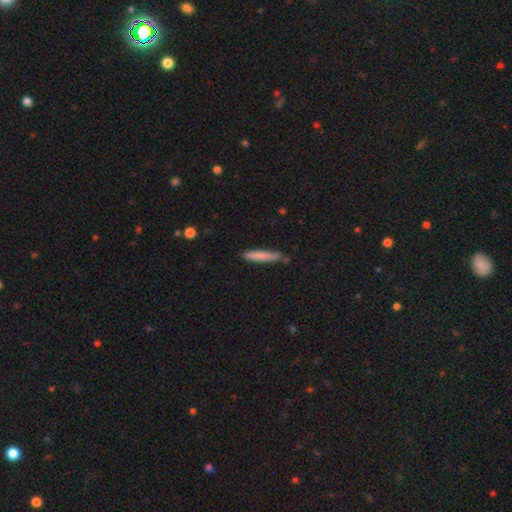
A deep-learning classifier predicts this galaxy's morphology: type=smooth (80%); roundness=cigar-shaped (94%); merging=none (82%).